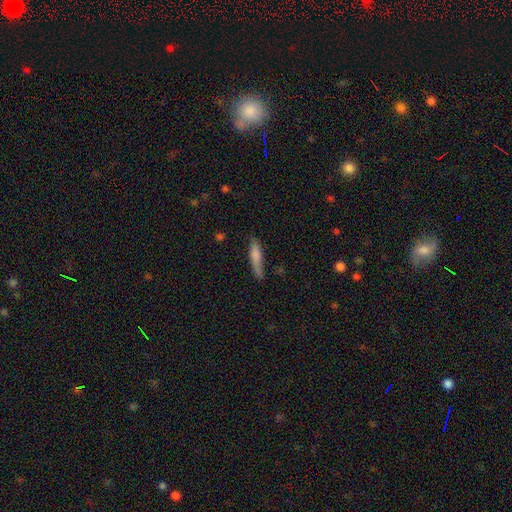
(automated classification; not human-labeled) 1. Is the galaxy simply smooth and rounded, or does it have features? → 71% smooth, 23% featured or disk, 6% star or artifact.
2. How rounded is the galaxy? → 82% cigar-shaped, 16% in between, 2% round.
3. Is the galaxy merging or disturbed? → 66% none, 25% minor disturbance, 6% major disturbance, 3% merger.